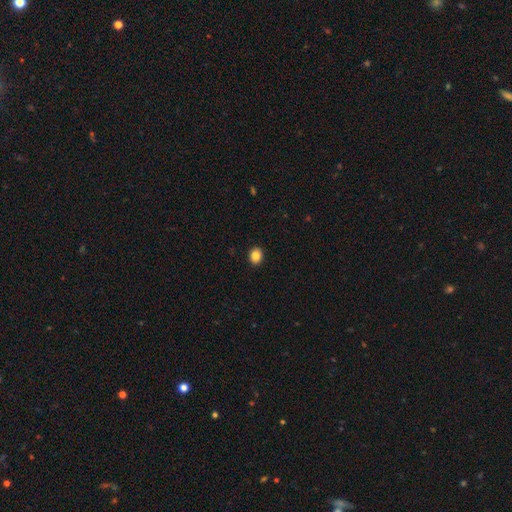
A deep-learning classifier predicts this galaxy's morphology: The model was most divided on "how rounded": round: 60%, in between: 39%, cigar-shaped: 1%. More confident: merging — none (92%); smooth or featured — smooth (86%).